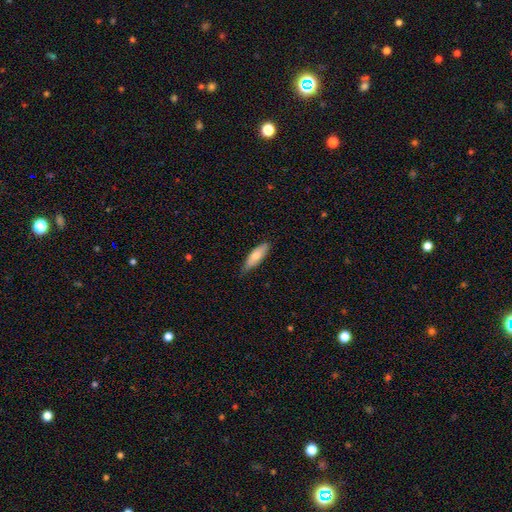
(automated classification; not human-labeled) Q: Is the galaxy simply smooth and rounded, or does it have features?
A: smooth — 70%.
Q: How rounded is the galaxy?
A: in between — 54%.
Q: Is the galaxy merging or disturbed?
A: none — 77%.